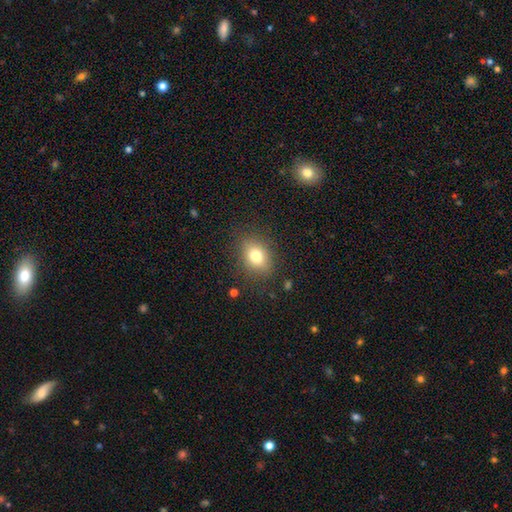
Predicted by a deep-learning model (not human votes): A smooth galaxy with no disk features (78%) that is in between round and cigar-shaped (61%). Merging: none (83%).